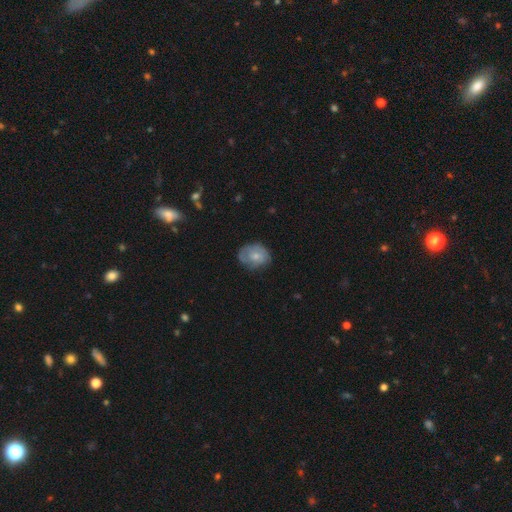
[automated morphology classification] smooth-or-featured: smooth: 60% | featured or disk: 33% | star or artifact: 7%
  how-rounded: round: 56% | in between: 43% | cigar-shaped: 1%
  merging: none: 63% | minor disturbance: 27% | major disturbance: 9% | merger: 1%